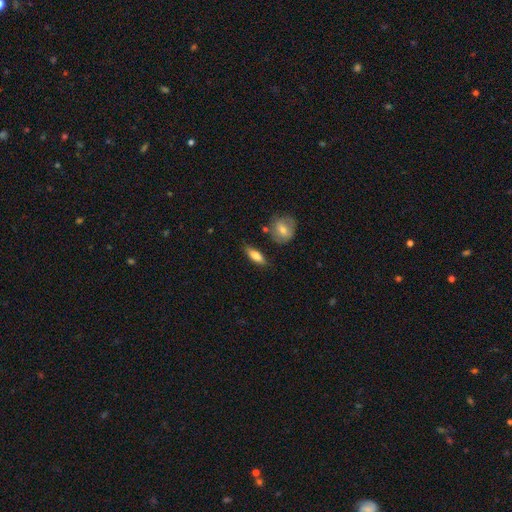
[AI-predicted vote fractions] The model was most divided on "how rounded": in between: 60%, cigar-shaped: 37%, round: 3%. More confident: merging — none (77%); smooth or featured — smooth (73%).